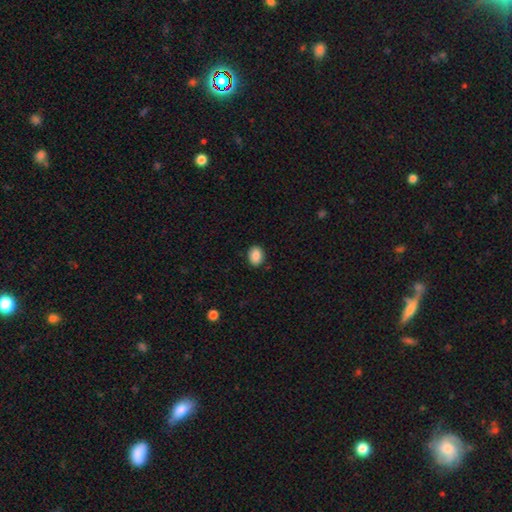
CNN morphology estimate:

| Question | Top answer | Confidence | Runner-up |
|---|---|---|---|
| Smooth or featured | smooth | 87% | star or artifact (8%) |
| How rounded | in between | 61% | round (38%) |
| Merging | none | 89% | minor disturbance (8%) |